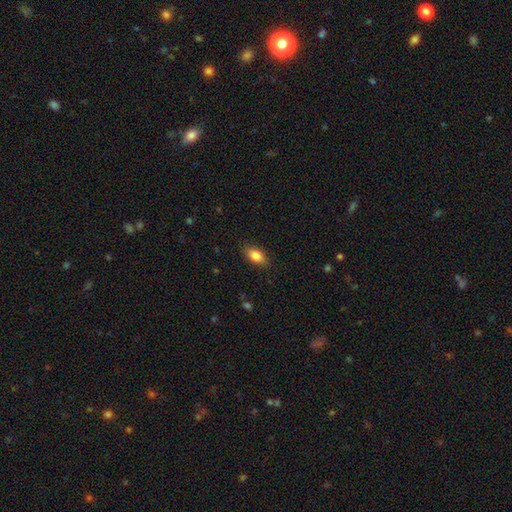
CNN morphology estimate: Smooth or featured: smooth — 85% (star or artifact — 8%)
How rounded: in between — 87% (round — 9%)
Merging: none — 84% (minor disturbance — 12%)